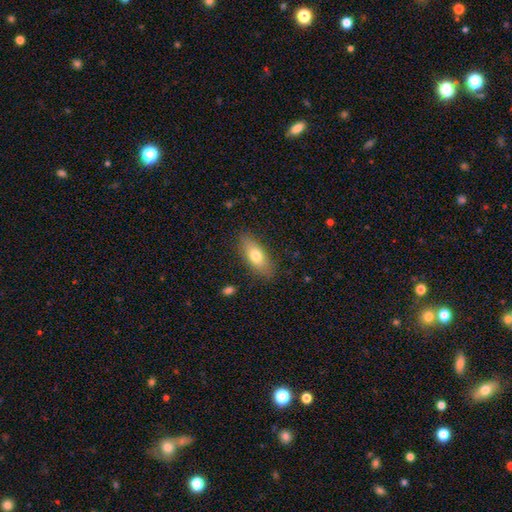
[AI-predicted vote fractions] Smooth or featured: smooth — 72% (featured or disk — 21%)
How rounded: in between — 76% (cigar-shaped — 21%)
Merging: none — 83% (minor disturbance — 13%)